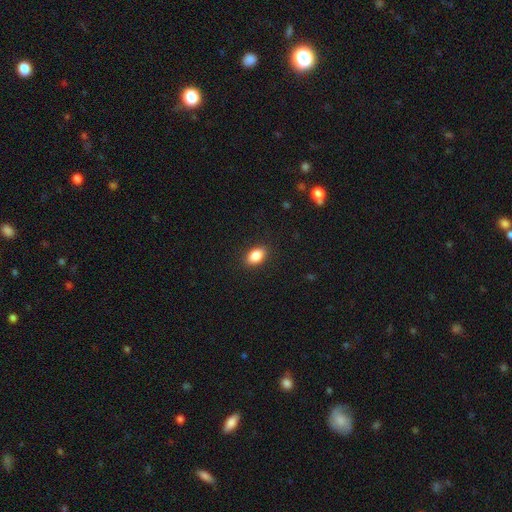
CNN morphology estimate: This is clearly a smooth galaxy (87%). How rounded: clearly in between (87%). Merging: clearly none (89%).